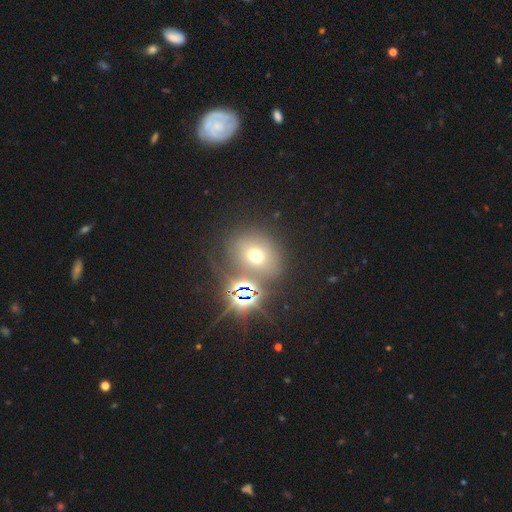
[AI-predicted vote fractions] Q: Smooth or featured?
A: smooth (58%); runner-up: star or artifact (28%)
Q: How rounded?
A: round (70%); runner-up: in between (29%)
Q: Merging?
A: none (70%); runner-up: minor disturbance (12%)